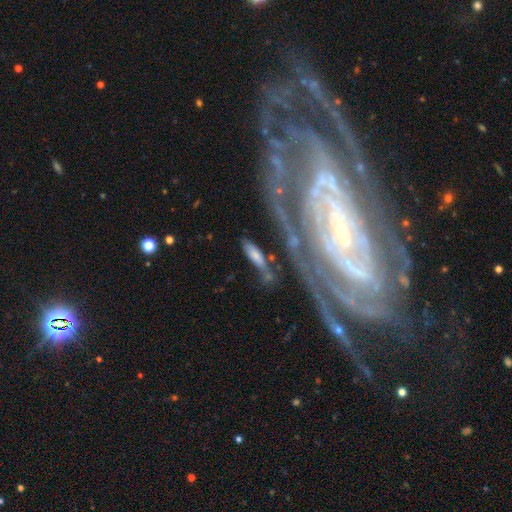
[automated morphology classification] Q: Smooth or featured?
A: smooth (59%); runner-up: featured or disk (33%)
Q: How rounded?
A: cigar-shaped (49%); runner-up: in between (48%)
Q: Merging?
A: none (52%); runner-up: minor disturbance (24%)